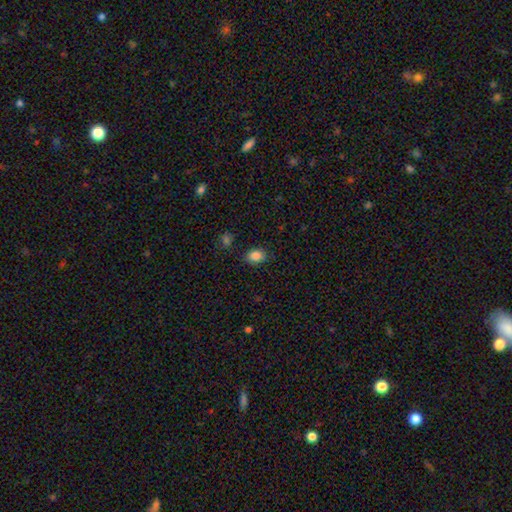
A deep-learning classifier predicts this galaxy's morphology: Smooth or featured: smooth — 86% (star or artifact — 10%)
How rounded: in between — 71% (round — 28%)
Merging: none — 84% (minor disturbance — 11%)